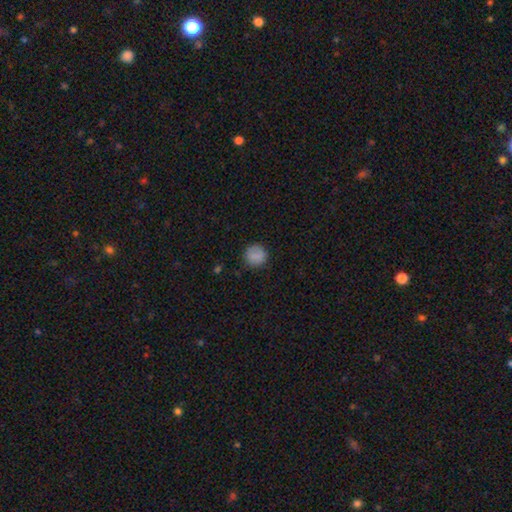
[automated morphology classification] Smooth or featured?
  - smooth: 84% *
  - star or artifact: 9%
  - featured or disk: 6%
How rounded?
  - round: 90% *
  - in between: 9%
  - cigar-shaped: 1%
Merging?
  - none: 84% *
  - minor disturbance: 12%
  - major disturbance: 3%
  - merger: 1%